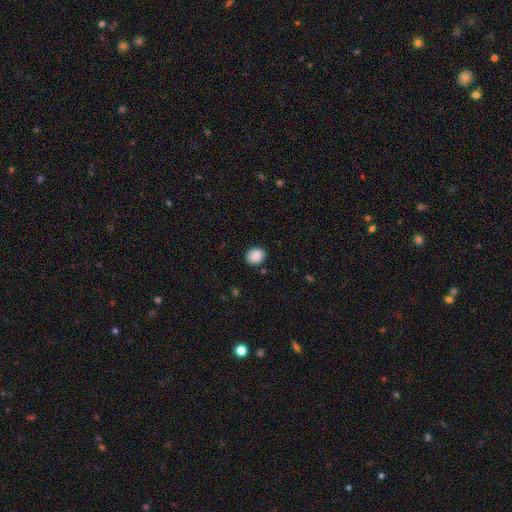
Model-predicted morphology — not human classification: type=smooth (88%); roundness=round (69%); merging=none (88%).